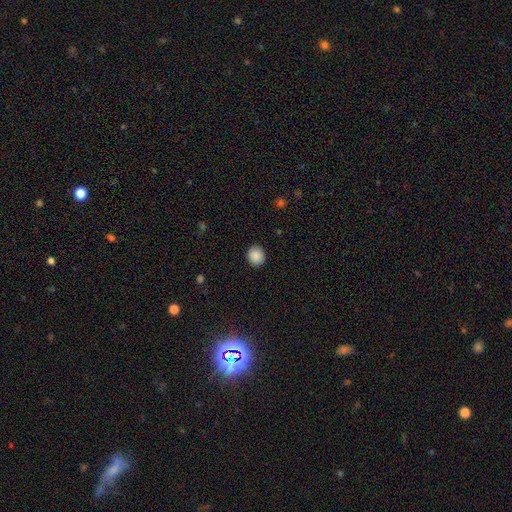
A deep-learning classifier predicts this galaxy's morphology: A smooth galaxy with no disk features (89%) that is round (85%).

Vote fractions:
- Smooth or featured? smooth: 89% / star or artifact: 8% / featured or disk: 3%
- How rounded? round: 85% / in between: 14% / cigar-shaped: 1%
- Merging? none: 92% / minor disturbance: 5% / major disturbance: 2% / merger: 1%